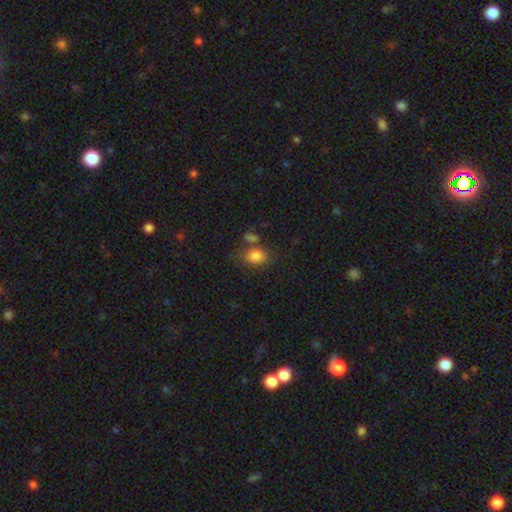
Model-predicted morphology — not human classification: The model was most divided on "how rounded": in between: 59%, round: 40%, cigar-shaped: 1%. More confident: smooth or featured — smooth (82%); merging — none (58%).